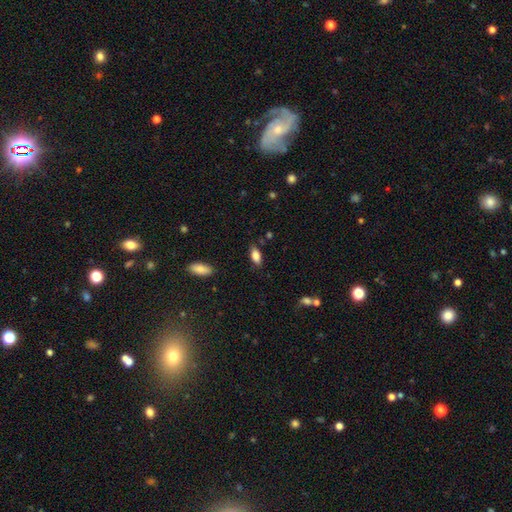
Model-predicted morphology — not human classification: type=smooth (83%); roundness=in between (85%); merging=none (82%).